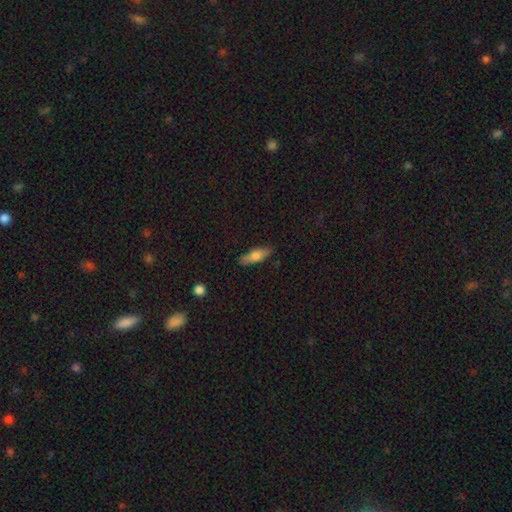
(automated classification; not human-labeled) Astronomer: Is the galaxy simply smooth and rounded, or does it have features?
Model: smooth — 62%.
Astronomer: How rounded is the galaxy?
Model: in between — 50% (runner-up: cigar-shaped, 47%).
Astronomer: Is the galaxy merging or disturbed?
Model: none — 84%.